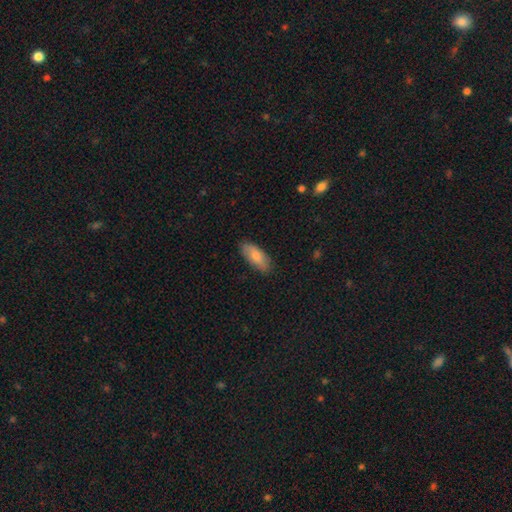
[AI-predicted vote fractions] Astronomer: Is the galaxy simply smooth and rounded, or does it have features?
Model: smooth — 77%.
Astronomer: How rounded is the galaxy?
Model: in between — 77%.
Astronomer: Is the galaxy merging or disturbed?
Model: none — 86%.